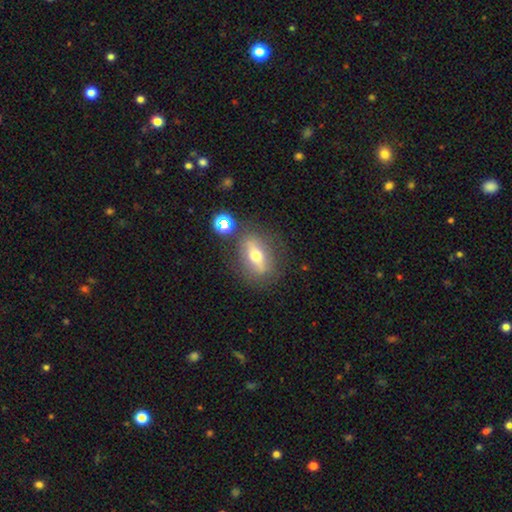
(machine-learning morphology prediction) Smooth or featured?
  - featured or disk: 51% *
  - smooth: 39%
  - star or artifact: 10%
Edge-on disk?
  - yes: 50% * (tied)
  - no: 50% * (tied)
Merging?
  - none: 76% *
  - minor disturbance: 13%
  - major disturbance: 5%
  - merger: 5%